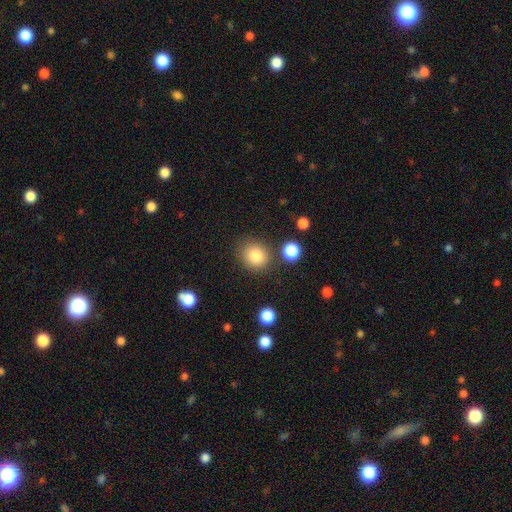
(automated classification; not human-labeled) A smooth galaxy with no disk features (84%) that is round (76%). Merging: none (79%).